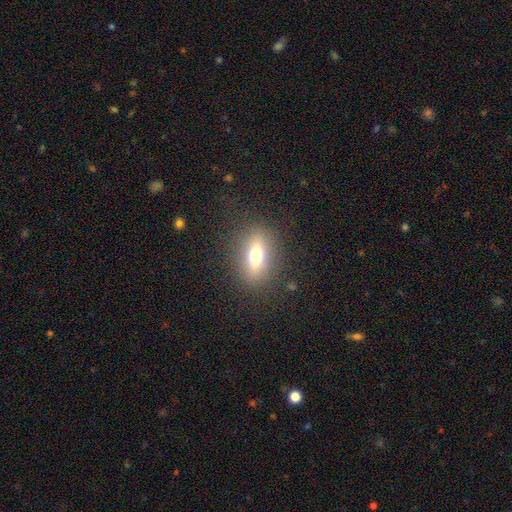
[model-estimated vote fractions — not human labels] Morphology: type=smooth (64%); roundness=in between (70%); merging=none (84%).